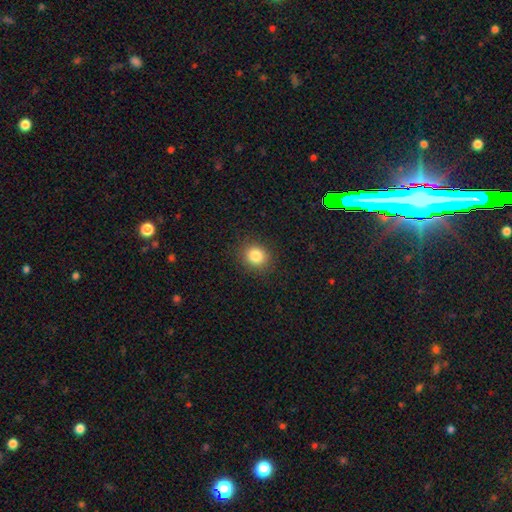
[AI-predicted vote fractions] This is clearly a smooth galaxy (84%). How rounded: likely round (78%). Merging: clearly none (89%).